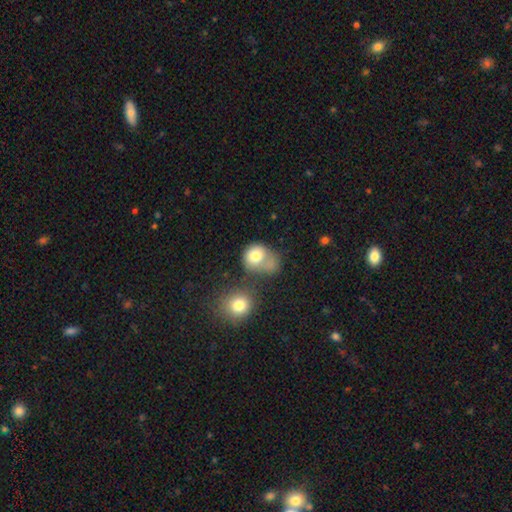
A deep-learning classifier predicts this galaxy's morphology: The model was most divided on "merging": merger: 37%, none: 27%, major disturbance: 19%, minor disturbance: 17%. More confident: smooth or featured — smooth (76%); how rounded — round (61%).